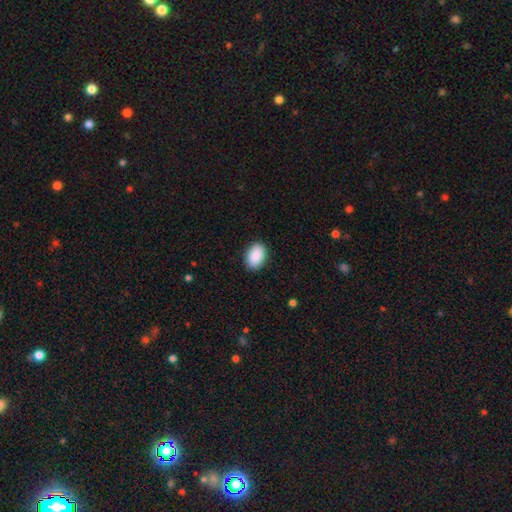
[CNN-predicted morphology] This is clearly a smooth galaxy (91%). How rounded: clearly in between (87%). Merging: clearly none (89%).